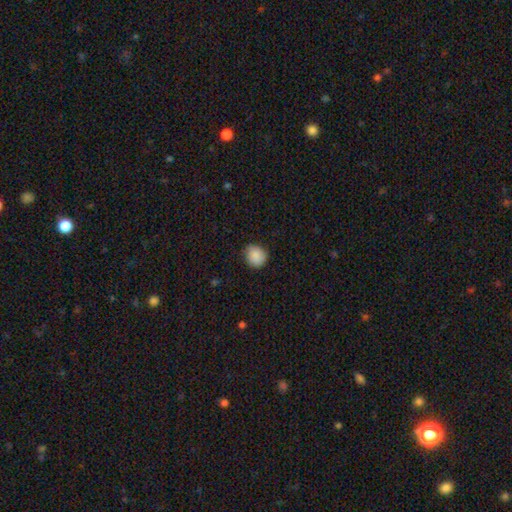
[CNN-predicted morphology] Smooth or featured: smooth — 88% (star or artifact — 8%)
How rounded: round — 81% (in between — 18%)
Merging: none — 82% (minor disturbance — 14%)